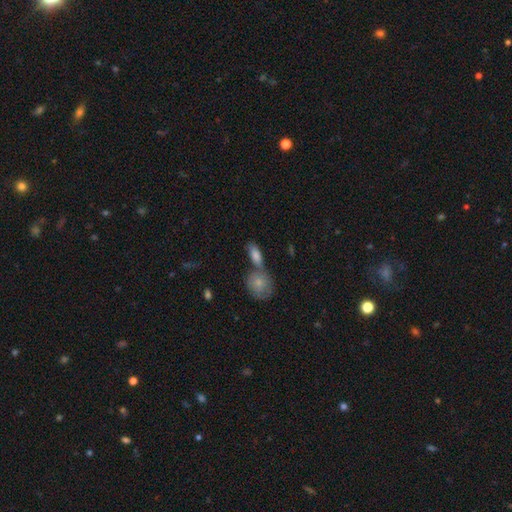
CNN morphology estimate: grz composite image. It shows a smooth galaxy with no disk features (77%) that is in between round and cigar-shaped (75%). Merging: none (48%).